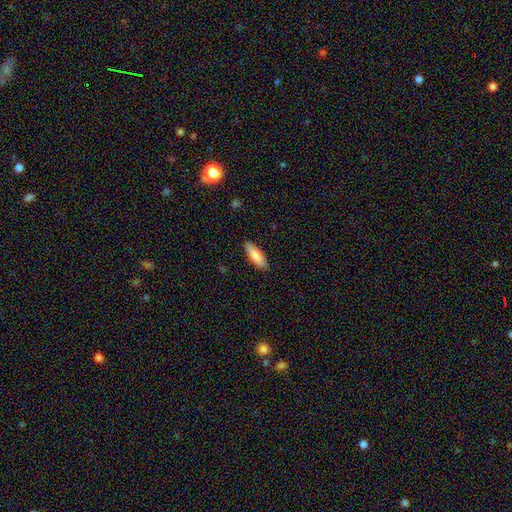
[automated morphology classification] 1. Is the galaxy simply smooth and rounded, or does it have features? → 84% smooth, 10% featured or disk, 6% star or artifact.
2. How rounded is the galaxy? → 57% in between, 42% cigar-shaped, 2% round.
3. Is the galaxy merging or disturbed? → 88% none, 9% minor disturbance, 2% major disturbance, 1% merger.